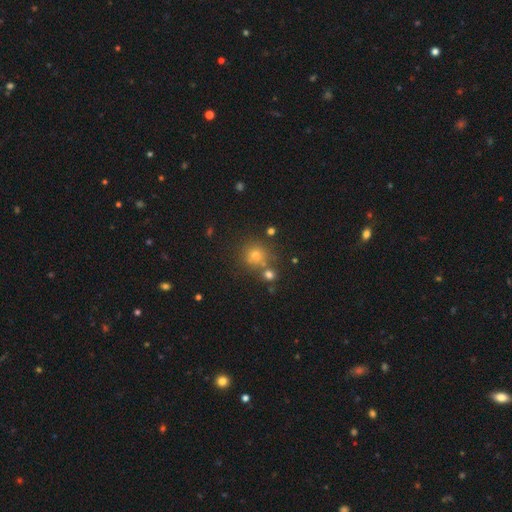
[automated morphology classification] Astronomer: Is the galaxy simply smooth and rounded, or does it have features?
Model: smooth — 64%.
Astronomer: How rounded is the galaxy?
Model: round — 90%.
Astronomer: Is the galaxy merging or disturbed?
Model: none — 68%.